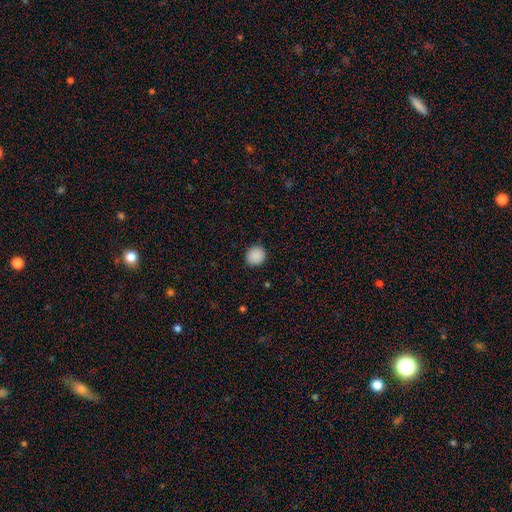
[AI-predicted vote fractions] Morphology: type=smooth (89%); roundness=round (88%); merging=none (90%).